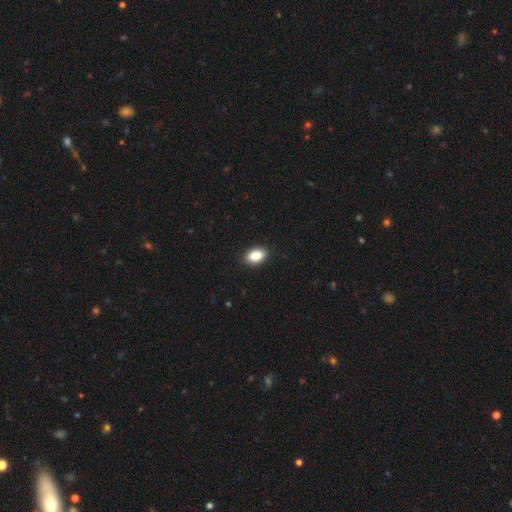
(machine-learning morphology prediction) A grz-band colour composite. It shows a smooth galaxy with no disk features (84%) that is in between round and cigar-shaped (88%). Merging: none (91%).